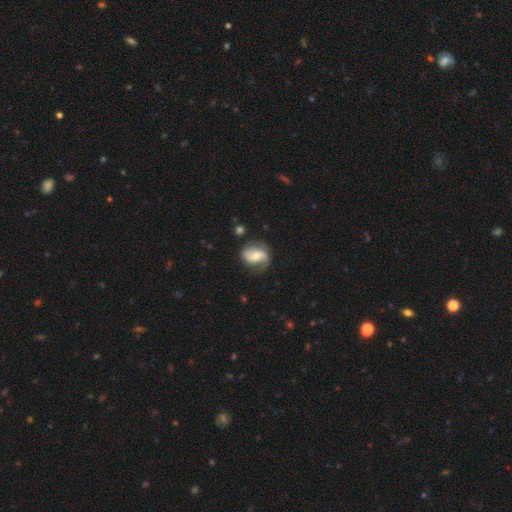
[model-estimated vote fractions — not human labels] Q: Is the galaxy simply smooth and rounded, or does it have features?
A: featured or disk — 79%.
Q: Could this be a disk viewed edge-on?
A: no — 97%.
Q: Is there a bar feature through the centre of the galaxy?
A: no — 43%.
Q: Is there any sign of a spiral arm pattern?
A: yes — 94%.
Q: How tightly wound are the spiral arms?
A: medium — 43%.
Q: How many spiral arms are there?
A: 2 — 88%.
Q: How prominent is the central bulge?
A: moderate — 62%.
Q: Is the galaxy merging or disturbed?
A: none — 74%.